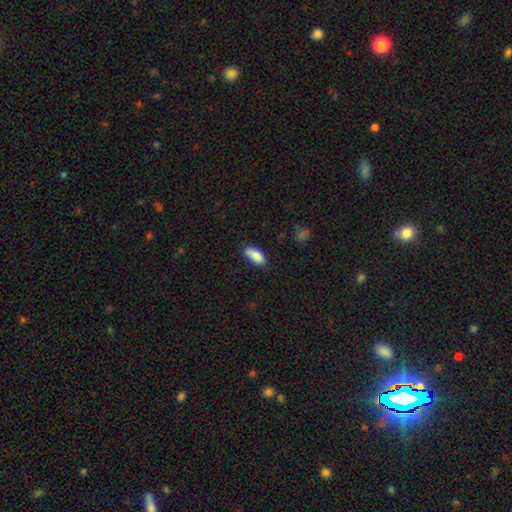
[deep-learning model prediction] Morphology: type=smooth (87%); roundness=in between (87%); merging=none (74%).